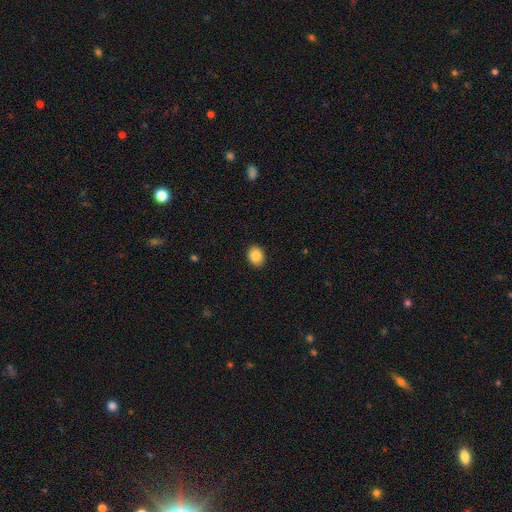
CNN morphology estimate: smooth-or-featured: smooth: 87% | star or artifact: 8% | featured or disk: 5%
  how-rounded: in between: 54% | round: 45% | cigar-shaped: 1%
  merging: none: 90% | minor disturbance: 7% | major disturbance: 2% | merger: 1%